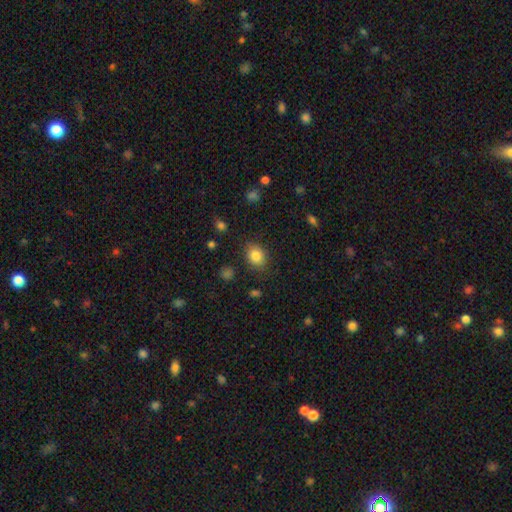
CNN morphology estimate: Smooth or featured?
  - smooth: 84% *
  - star or artifact: 9%
  - featured or disk: 7%
How rounded?
  - in between: 56% *
  - round: 43%
  - cigar-shaped: 1%
Merging?
  - none: 84% *
  - minor disturbance: 11%
  - major disturbance: 3%
  - merger: 2%